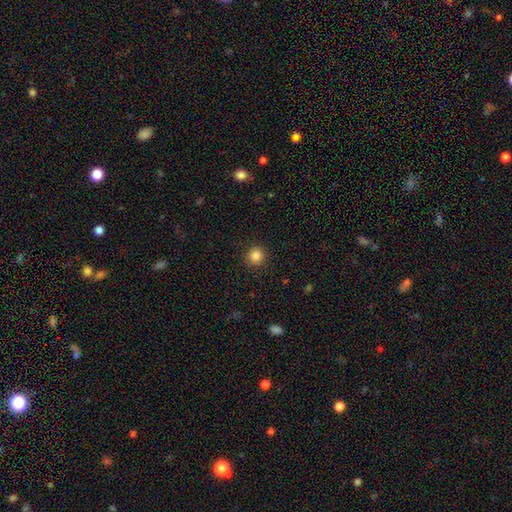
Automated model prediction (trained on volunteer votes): This is clearly a smooth galaxy (85%). How rounded: clearly round (93%). Merging: clearly none (91%).